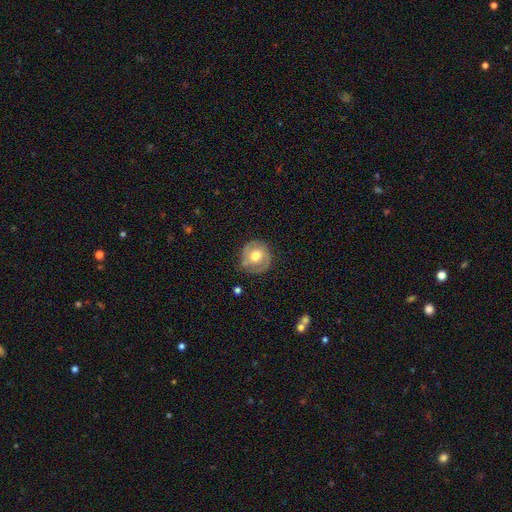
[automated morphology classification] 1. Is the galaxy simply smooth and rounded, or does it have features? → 47% smooth, 46% featured or disk, 7% star or artifact.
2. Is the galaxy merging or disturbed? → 73% none, 18% minor disturbance, 6% major disturbance, 3% merger.